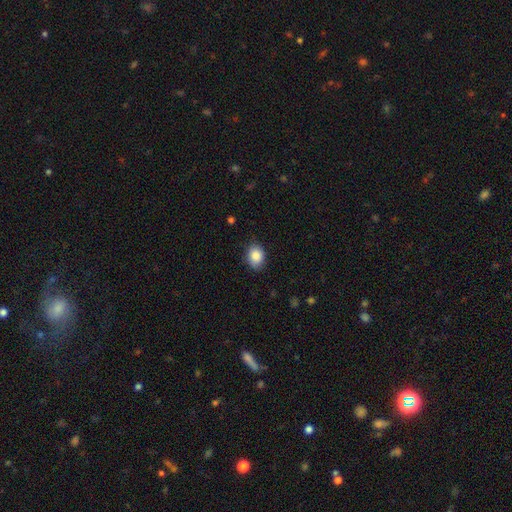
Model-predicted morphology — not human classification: Smooth or featured? smooth (86%)
How rounded? in between (64%)
Merging? none (83%)